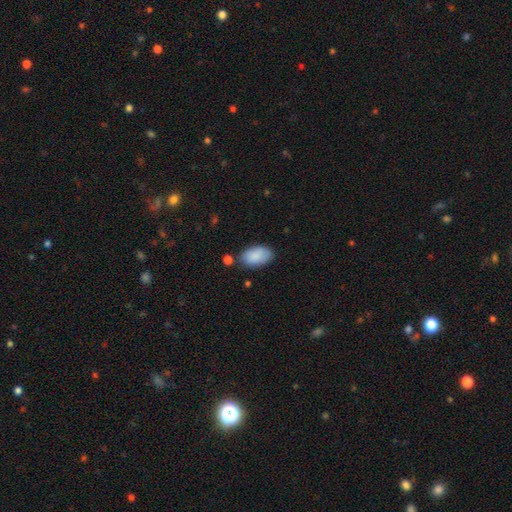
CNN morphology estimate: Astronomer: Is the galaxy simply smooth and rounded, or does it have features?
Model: smooth — 89%.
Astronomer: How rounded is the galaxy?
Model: in between — 95%.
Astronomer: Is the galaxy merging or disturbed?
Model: none — 74%.